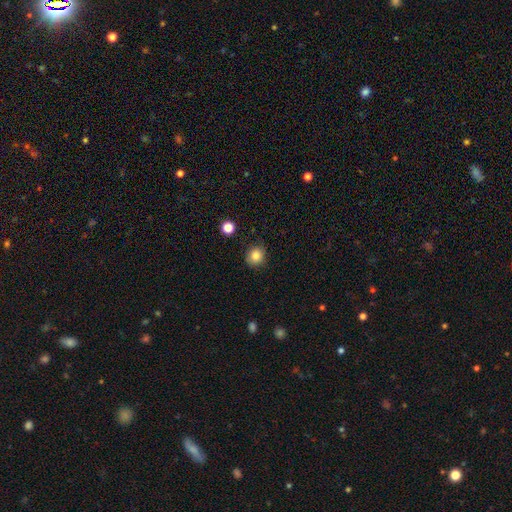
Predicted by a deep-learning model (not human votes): Smooth or featured? smooth (84%)
How rounded? round (82%)
Merging? none (84%)